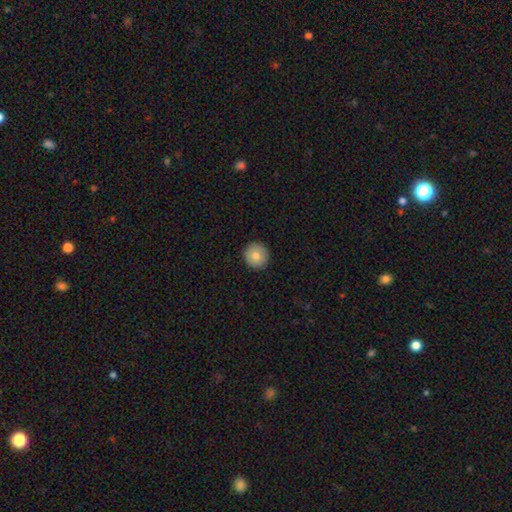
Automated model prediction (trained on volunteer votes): Smooth or featured?
  - smooth: 82% *
  - featured or disk: 10%
  - star or artifact: 8%
How rounded?
  - round: 96% *
  - in between: 3%
  - cigar-shaped: 1%
Merging?
  - none: 93% *
  - minor disturbance: 5%
  - major disturbance: 1%
  - merger: 1%